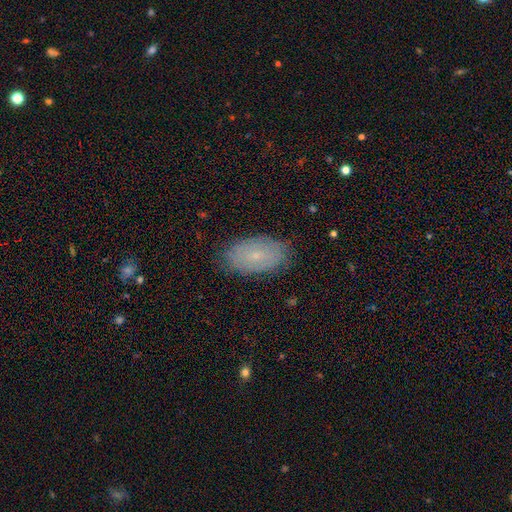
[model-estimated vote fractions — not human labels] Overall: smooth (56%; featured or disk 33%). How rounded: in between (93%). Merging: none (84%).